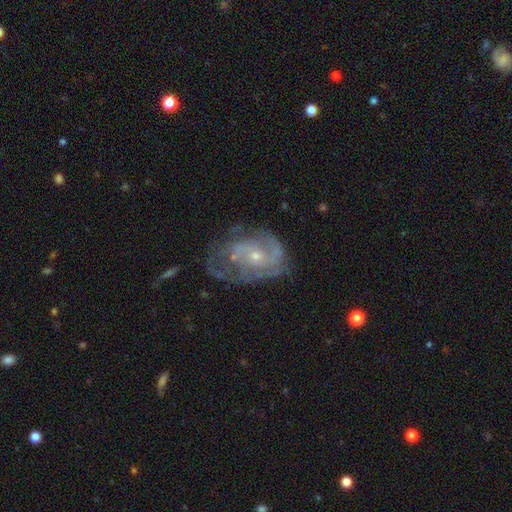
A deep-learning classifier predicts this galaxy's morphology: Smooth or featured: featured or disk — 81% (smooth — 12%)
Edge-on disk: no — 97% (yes — 3%)
Bar: no — 73% (weak — 23%)
Spiral arms: yes — 84% (no — 16%)
Spiral winding: tight — 43% (medium — 40%)
Spiral arm count: can't tell — 35% (2 — 34%)
Bulge size: small — 69% (moderate — 27%)
Merging: none — 48% (minor disturbance — 25%)